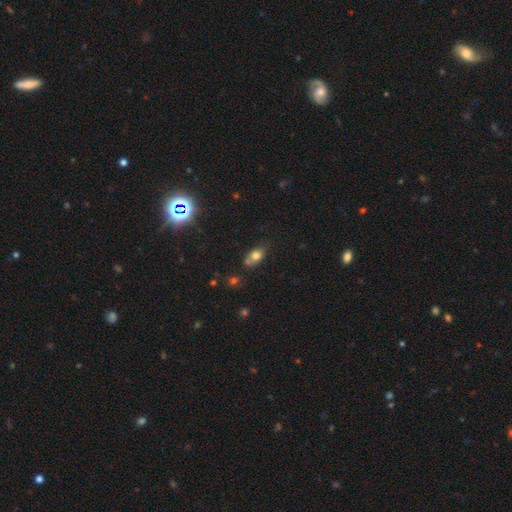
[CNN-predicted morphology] This appears to be a smooth galaxy with no disk features (74%) that is in between round and cigar-shaped (74%). Merging: none (53%).